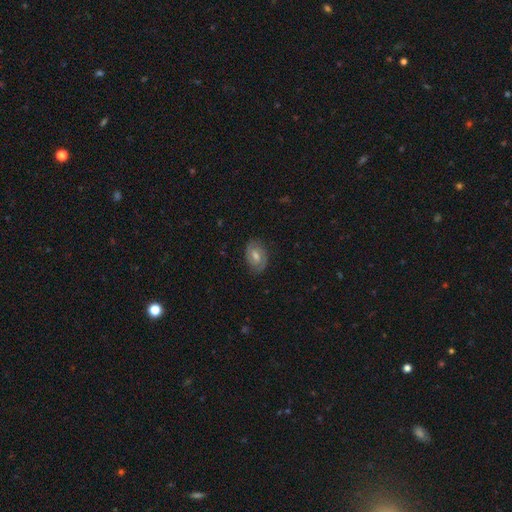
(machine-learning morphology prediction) This appears to be a featured or disk galaxy (57%) with a weak bar (46%), spiral arms (82%) and a moderate central bulge (63%). Merging: none (83%).